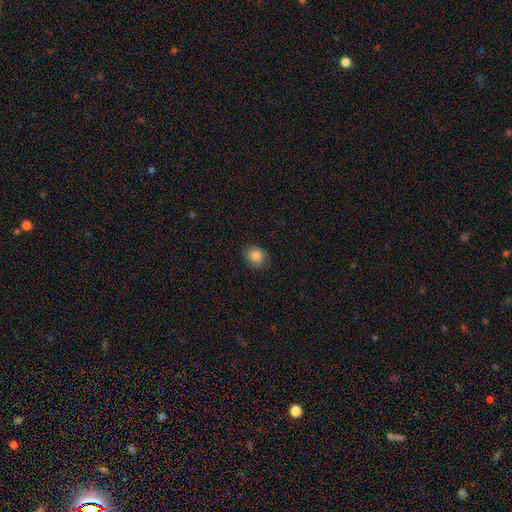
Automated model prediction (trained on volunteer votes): Smooth or featured? Predicted: smooth (p=0.85). How rounded? Predicted: round (p=0.77). Merging? Predicted: none (p=0.87).